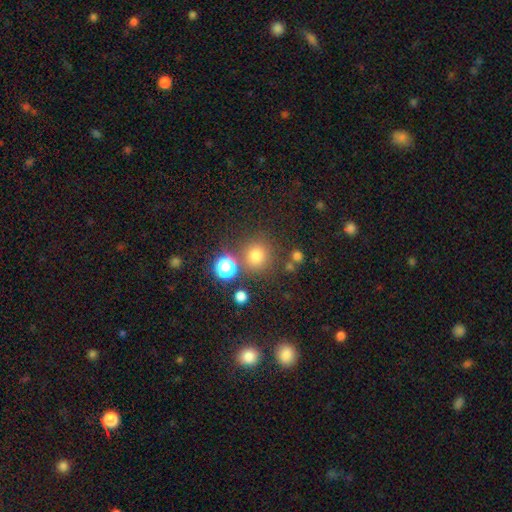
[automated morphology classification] This appears to be a smooth galaxy with no disk features (74%) that is round (91%). Merging: none (77%).